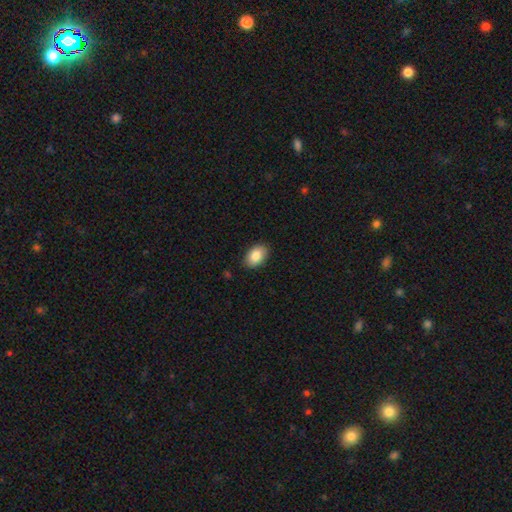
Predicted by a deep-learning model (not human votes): smooth-or-featured: smooth: 86% | star or artifact: 7% | featured or disk: 7%
  how-rounded: in between: 90% | round: 9% | cigar-shaped: 1%
  merging: none: 87% | minor disturbance: 9% | major disturbance: 2% | merger: 1%